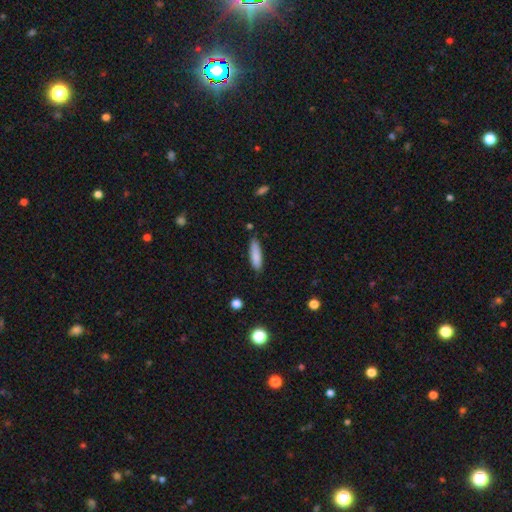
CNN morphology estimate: Smooth or featured: smooth — 85% (featured or disk — 8%)
How rounded: cigar-shaped — 67% (in between — 31%)
Merging: none — 82% (minor disturbance — 14%)